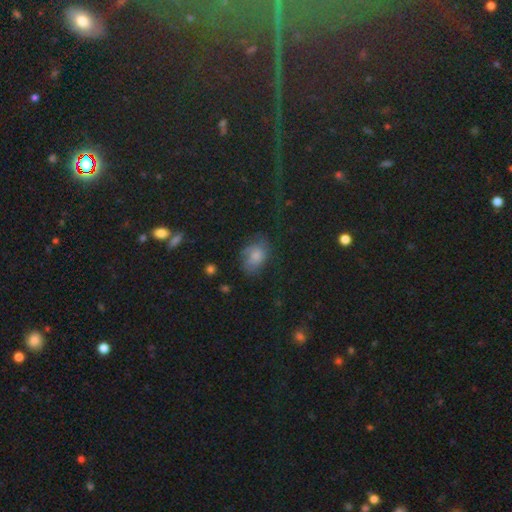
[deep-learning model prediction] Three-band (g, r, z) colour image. It shows a smooth galaxy with no disk features (63%) that is in between round and cigar-shaped (77%). Merging: none (51%).